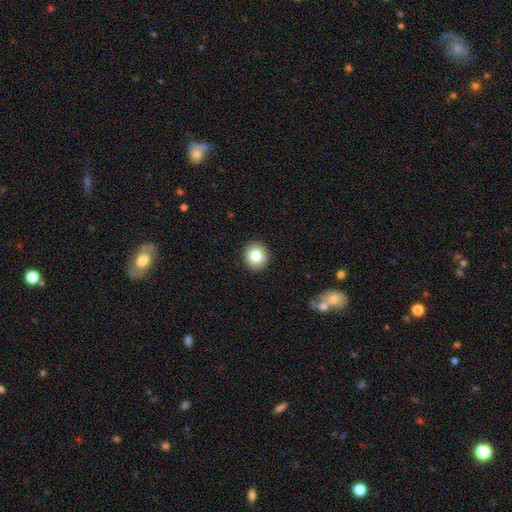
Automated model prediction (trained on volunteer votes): A smooth galaxy with no disk features (80%) that is round (89%). Merging: none (92%).